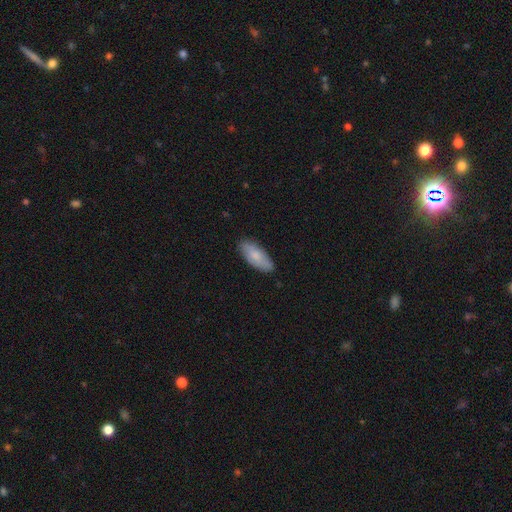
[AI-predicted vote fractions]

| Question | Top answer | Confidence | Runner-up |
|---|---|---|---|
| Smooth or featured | smooth | 76% | featured or disk (19%) |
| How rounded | in between | 83% | cigar-shaped (15%) |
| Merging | none | 84% | minor disturbance (13%) |